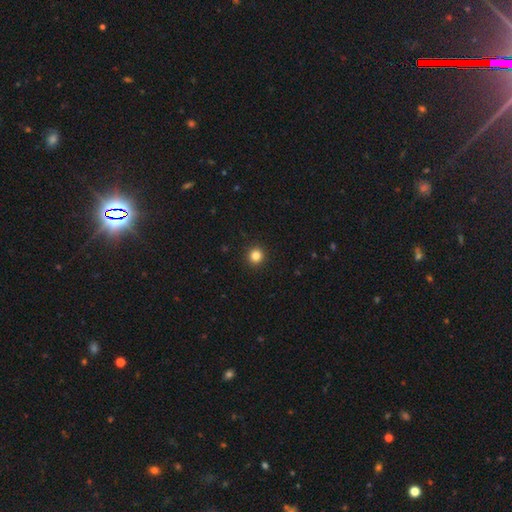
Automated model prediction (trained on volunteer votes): Overall: smooth (84%). How rounded: round (93%). Merging: none (93%).